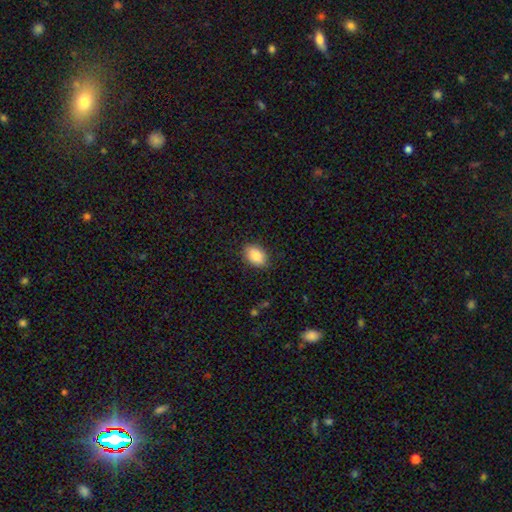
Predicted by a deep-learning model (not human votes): Overall: smooth (87%). How rounded: in between (84%). Merging: none (85%).